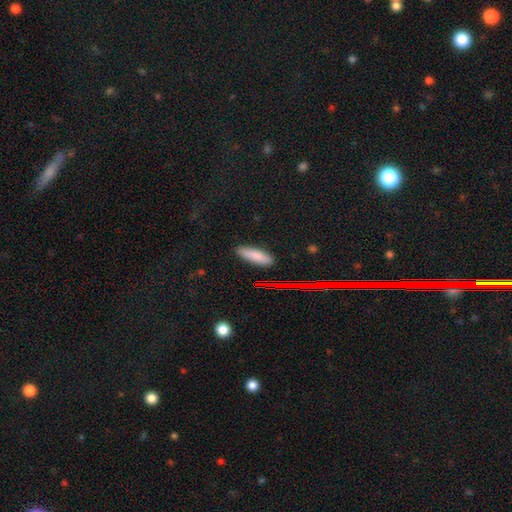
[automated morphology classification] Overall: smooth (82%). How rounded: in between (49%, tied with cigar-shaped). Merging: none (87%).